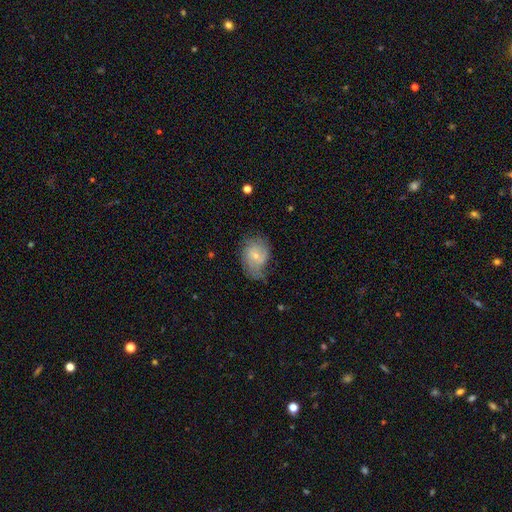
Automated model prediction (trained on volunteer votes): A featured or disk galaxy (47%).

Vote fractions:
- Smooth or featured? featured or disk: 47% / smooth: 45% / star or artifact: 8%
- Merging? none: 47% / minor disturbance: 33% / major disturbance: 18% / merger: 2%